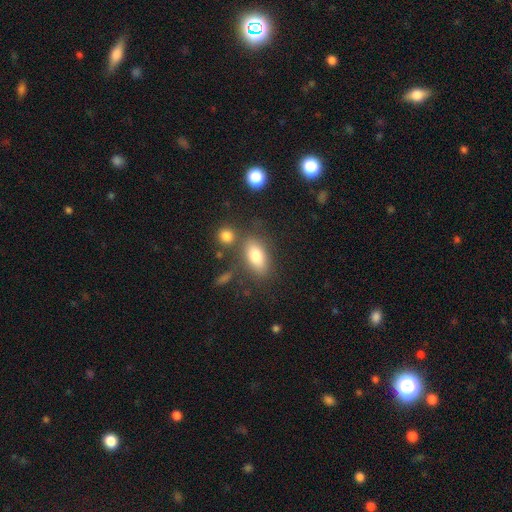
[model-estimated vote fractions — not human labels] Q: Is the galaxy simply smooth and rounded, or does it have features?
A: smooth — 77%.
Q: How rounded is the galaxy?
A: in between — 85%.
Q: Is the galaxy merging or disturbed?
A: none — 70%.